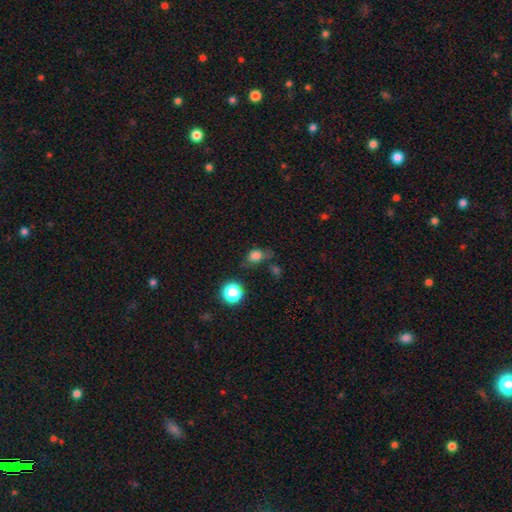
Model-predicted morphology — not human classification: Q: Smooth or featured?
A: smooth (73%); runner-up: star or artifact (17%)
Q: How rounded?
A: in between (55%); runner-up: round (43%)
Q: Merging?
A: none (50%); runner-up: minor disturbance (26%)